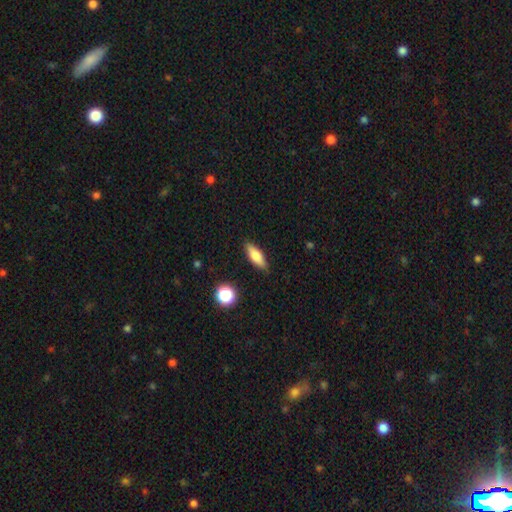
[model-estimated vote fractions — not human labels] A smooth galaxy with no disk features (73%) that is in between round and cigar-shaped (56%). Merging: none (87%).